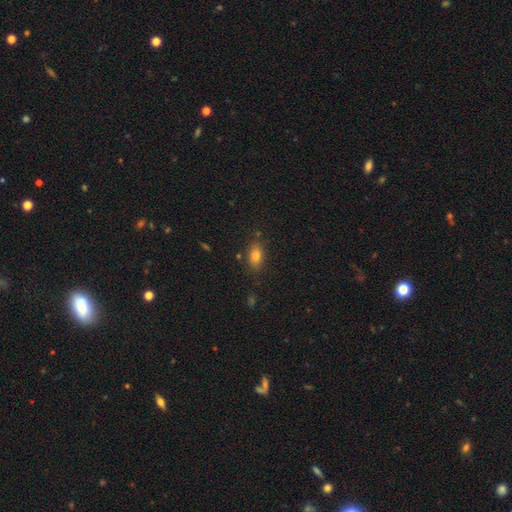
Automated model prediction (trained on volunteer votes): Morphology: type=smooth (78%); roundness=in between (84%); merging=none (81%).